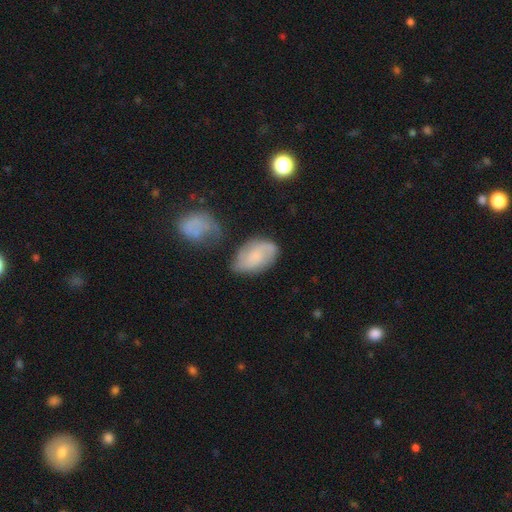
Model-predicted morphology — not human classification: Smooth or featured?
  - featured or disk: 54% *
  - smooth: 38%
  - star or artifact: 8%
Edge-on disk?
  - no: 96% *
  - yes: 4%
Bar?
  - no: 63% *
  - weak: 32%
  - strong: 5%
Spiral arms?
  - yes: 88% *
  - no: 12%
Bulge size?
  - small: 42% *
  - none: 30%
  - moderate: 22%
  - large: 4%
  - dominant: 2%
Merging?
  - none: 58% *
  - minor disturbance: 24%
  - major disturbance: 9%
  - merger: 9%